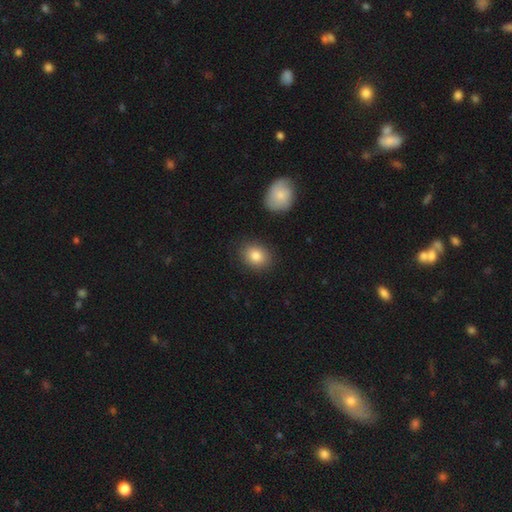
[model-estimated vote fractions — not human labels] smooth-or-featured: smooth: 84% | star or artifact: 8% | featured or disk: 7%
  how-rounded: in between: 50% | round: 49% | cigar-shaped: 1%
  merging: none: 85% | minor disturbance: 10% | major disturbance: 3% | merger: 2%